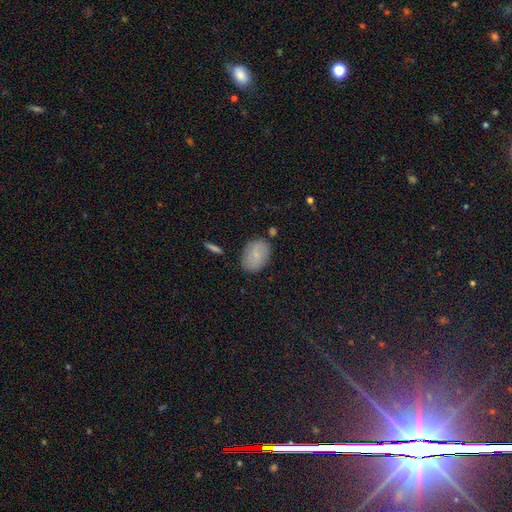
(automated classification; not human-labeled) smooth-or-featured: smooth: 77% | featured or disk: 15% | star or artifact: 8%
  how-rounded: in between: 79% | round: 19% | cigar-shaped: 1%
  merging: none: 80% | minor disturbance: 13% | major disturbance: 3% | merger: 3%